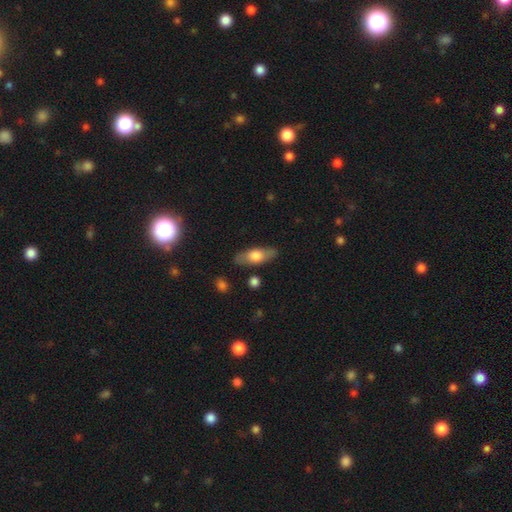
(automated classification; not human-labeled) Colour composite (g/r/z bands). It shows a smooth galaxy with no disk features (57%) that is in between round and cigar-shaped (65%). Merging: none (84%).